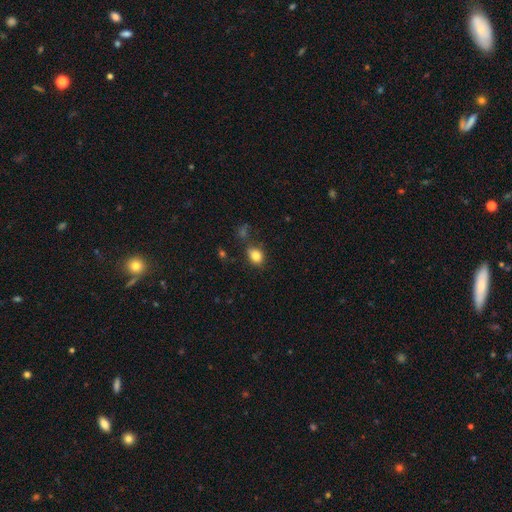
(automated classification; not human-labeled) Smooth or featured: smooth — 83% (star or artifact — 11%)
How rounded: in between — 54% (round — 44%)
Merging: none — 71% (minor disturbance — 18%)